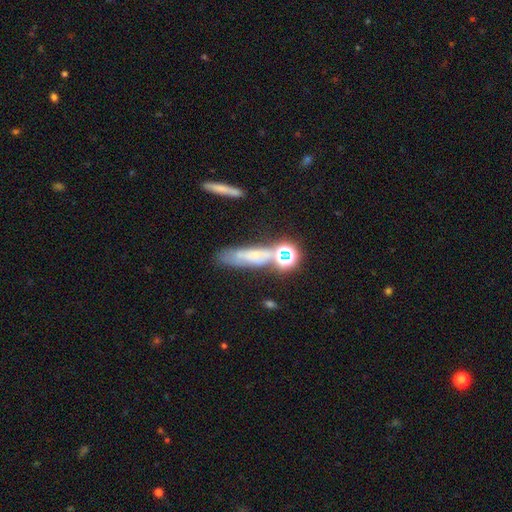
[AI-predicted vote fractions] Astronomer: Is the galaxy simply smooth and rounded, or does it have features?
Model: smooth — 44% (runner-up: featured or disk, 29%).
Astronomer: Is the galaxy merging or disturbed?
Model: none — 52%.